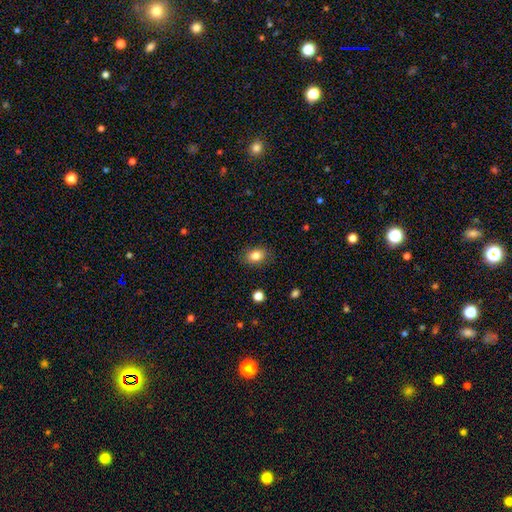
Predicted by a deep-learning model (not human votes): Q: Smooth or featured?
A: smooth (84%); runner-up: star or artifact (10%)
Q: How rounded?
A: in between (72%); runner-up: round (27%)
Q: Merging?
A: none (86%); runner-up: minor disturbance (10%)